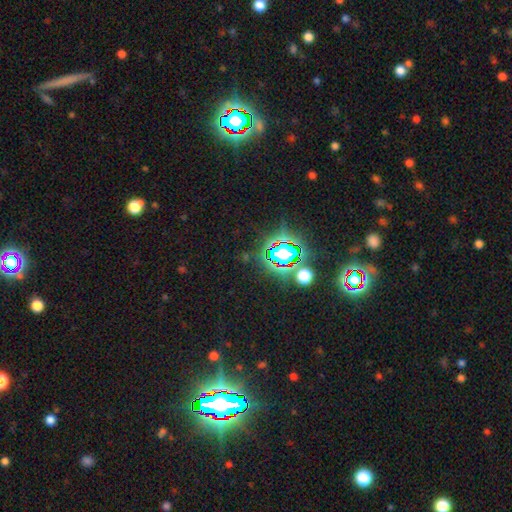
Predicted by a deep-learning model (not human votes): Overall: star or artifact (83%).